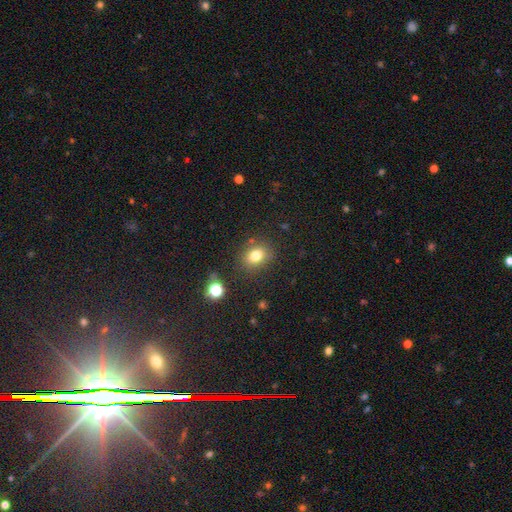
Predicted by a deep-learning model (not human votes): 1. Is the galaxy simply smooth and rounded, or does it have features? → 78% smooth, 14% star or artifact, 8% featured or disk.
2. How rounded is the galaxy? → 50% round, 49% in between, 1% cigar-shaped.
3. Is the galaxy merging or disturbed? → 81% none, 12% minor disturbance, 4% major disturbance, 3% merger.